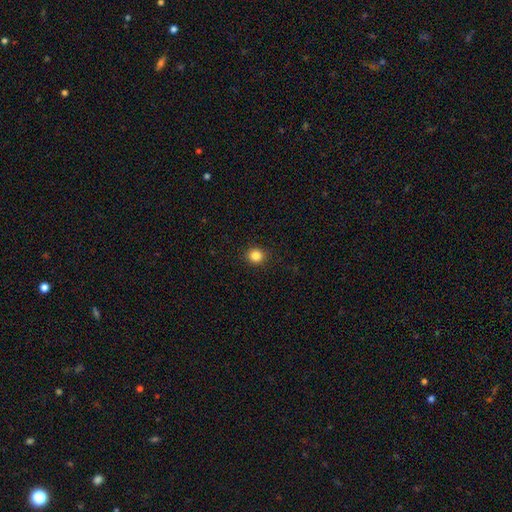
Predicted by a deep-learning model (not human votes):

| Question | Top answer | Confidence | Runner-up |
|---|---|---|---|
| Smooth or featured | smooth | 84% | star or artifact (12%) |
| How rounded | round | 88% | in between (11%) |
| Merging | none | 92% | minor disturbance (5%) |